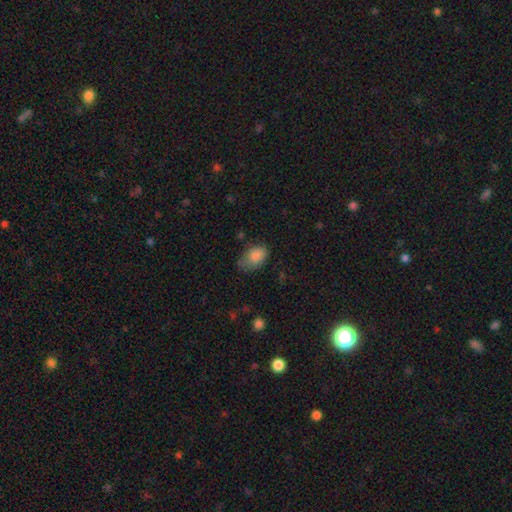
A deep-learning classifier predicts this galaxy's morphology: Overall: smooth (85%). How rounded: in between (86%). Merging: none (52%; minor disturbance 35%).